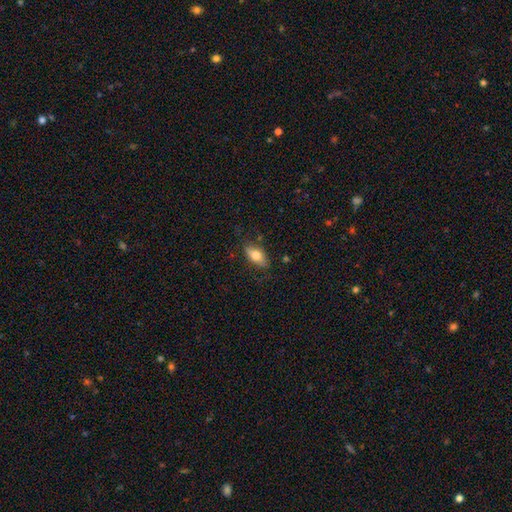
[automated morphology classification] Overall: smooth (66%; featured or disk 27%). How rounded: in between (82%). Merging: none (76%).